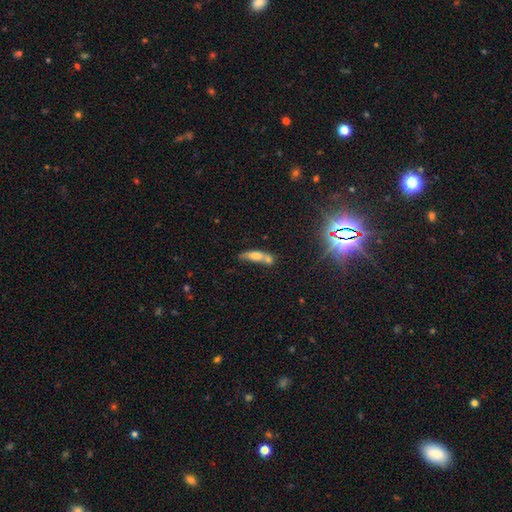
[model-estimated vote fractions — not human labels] Smooth or featured? Predicted: smooth (p=0.62). How rounded? Predicted: in between (p=0.48, tied with cigar-shaped). Merging? Predicted: merger (p=0.47).